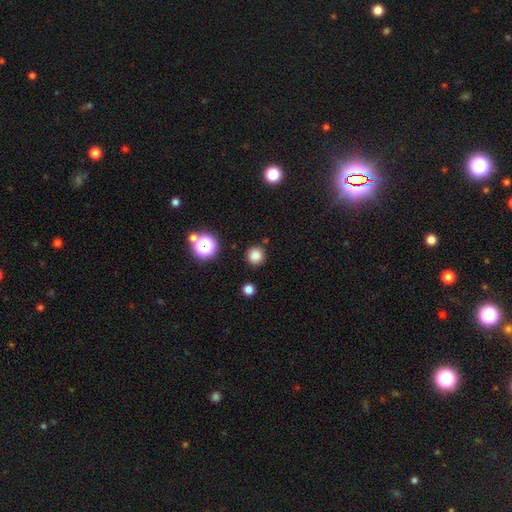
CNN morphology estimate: Smooth or featured?
  - smooth: 81% *
  - star or artifact: 15%
  - featured or disk: 4%
How rounded?
  - round: 94% *
  - in between: 5%
  - cigar-shaped: 1%
Merging?
  - none: 88% *
  - minor disturbance: 7%
  - merger: 2%
  - major disturbance: 2%